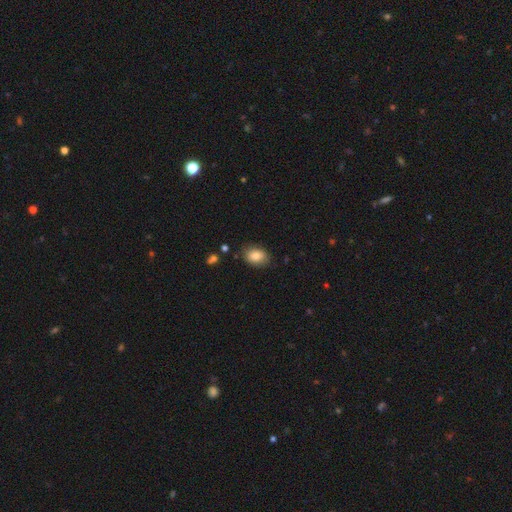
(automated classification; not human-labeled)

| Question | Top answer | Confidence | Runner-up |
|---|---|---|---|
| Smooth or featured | smooth | 83% | featured or disk (9%) |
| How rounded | in between | 77% | round (22%) |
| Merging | none | 83% | minor disturbance (13%) |